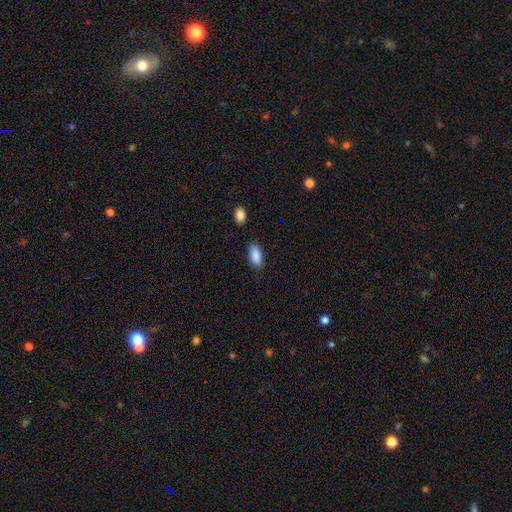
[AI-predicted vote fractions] The model was most divided on "merging": none: 81%, minor disturbance: 13%, major disturbance: 3%, merger: 3%. More confident: how rounded — in between (92%); smooth or featured — smooth (89%).